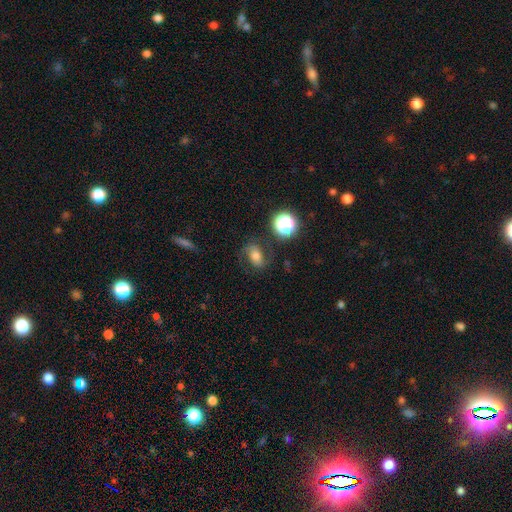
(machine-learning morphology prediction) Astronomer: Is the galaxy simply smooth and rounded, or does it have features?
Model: smooth — 49% (runner-up: featured or disk, 36%).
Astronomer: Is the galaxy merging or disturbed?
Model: none — 68%.